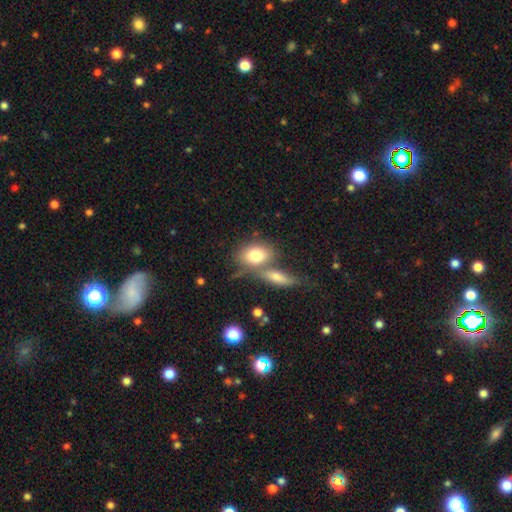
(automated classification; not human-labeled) smooth-or-featured: smooth: 77% | featured or disk: 15% | star or artifact: 8%
  how-rounded: in between: 76% | round: 20% | cigar-shaped: 4%
  merging: none: 44% | merger: 38% | minor disturbance: 12% | major disturbance: 5%